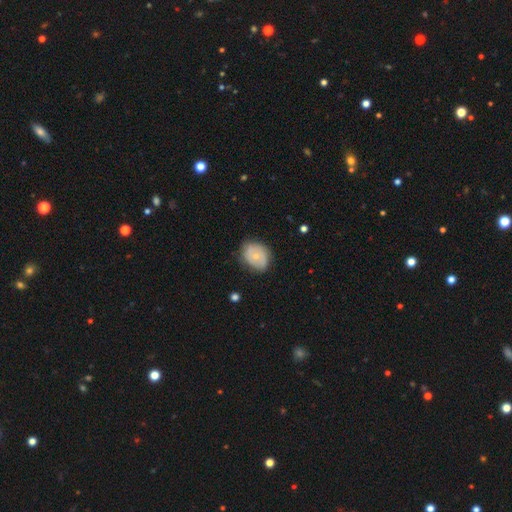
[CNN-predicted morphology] This appears to be a smooth galaxy with no disk features (52%) that is in between round and cigar-shaped (52%). Merging: none (70%).